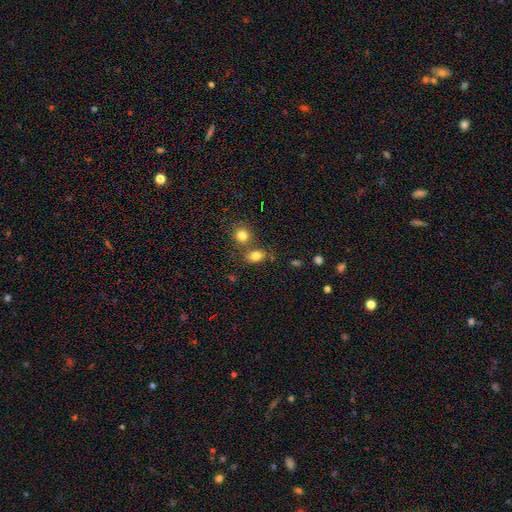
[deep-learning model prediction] Smooth or featured: smooth — 81% (star or artifact — 11%)
How rounded: in between — 73% (round — 25%)
Merging: none — 60% (merger — 25%)